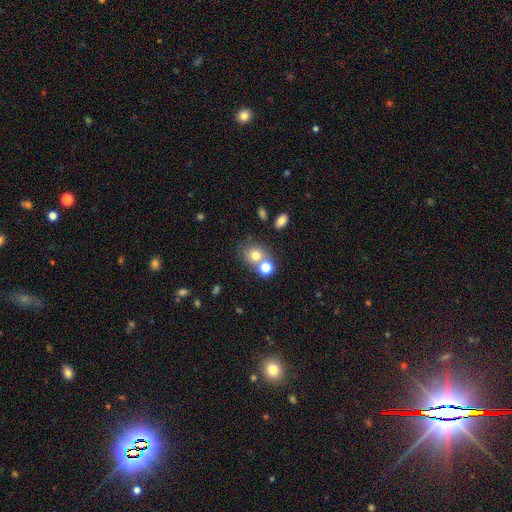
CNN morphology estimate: Smooth or featured: smooth — 74% (star or artifact — 14%)
How rounded: round — 74% (in between — 25%)
Merging: none — 53% (merger — 33%)